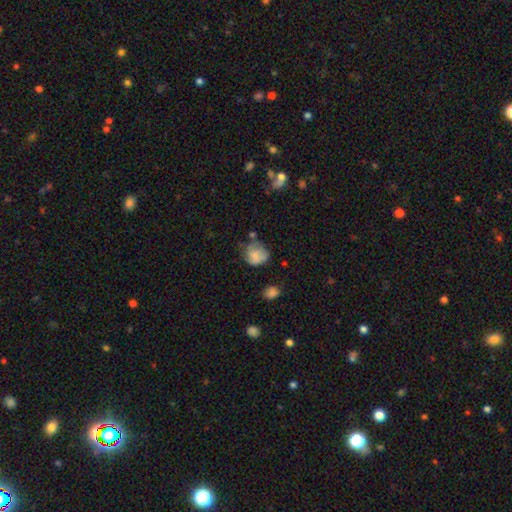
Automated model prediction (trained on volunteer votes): Smooth or featured: smooth — 72% (featured or disk — 18%)
How rounded: round — 69% (in between — 30%)
Merging: none — 44% (minor disturbance — 33%)